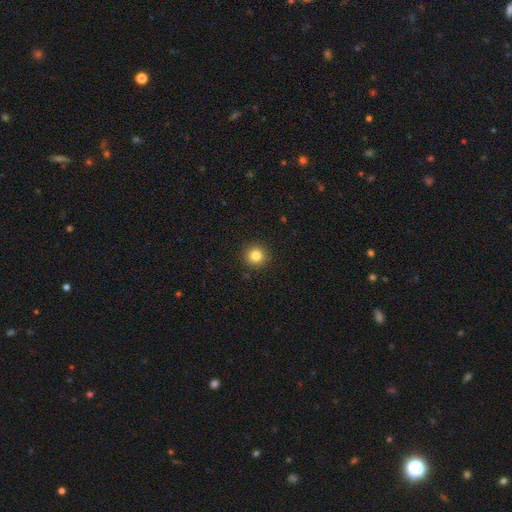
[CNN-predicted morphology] This appears to be a smooth galaxy with no disk features (82%) that is round (95%). Merging: none (92%).